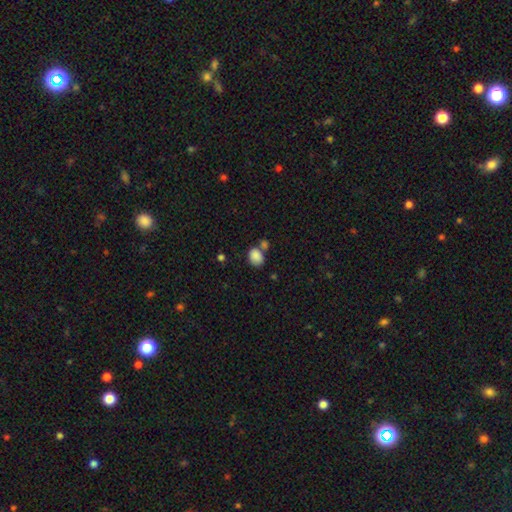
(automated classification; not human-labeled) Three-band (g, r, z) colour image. It shows a smooth galaxy with no disk features (87%) that is in between round and cigar-shaped (61%). Merging: none (55%).